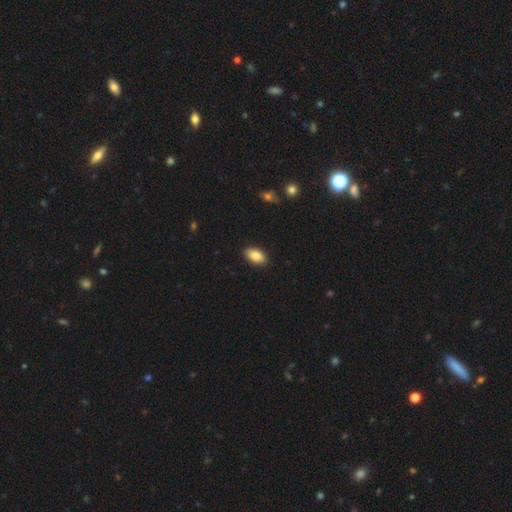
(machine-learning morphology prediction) This appears to be a smooth galaxy with no disk features (85%) that is in between round and cigar-shaped (94%). Merging: none (89%).